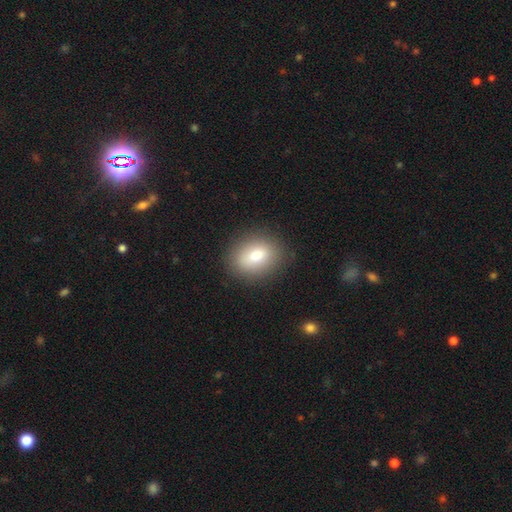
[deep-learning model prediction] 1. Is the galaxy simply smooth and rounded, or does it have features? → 79% smooth, 12% featured or disk, 9% star or artifact.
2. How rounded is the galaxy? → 70% in between, 28% round, 2% cigar-shaped.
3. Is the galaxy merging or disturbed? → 87% none, 9% minor disturbance, 3% major disturbance, 1% merger.